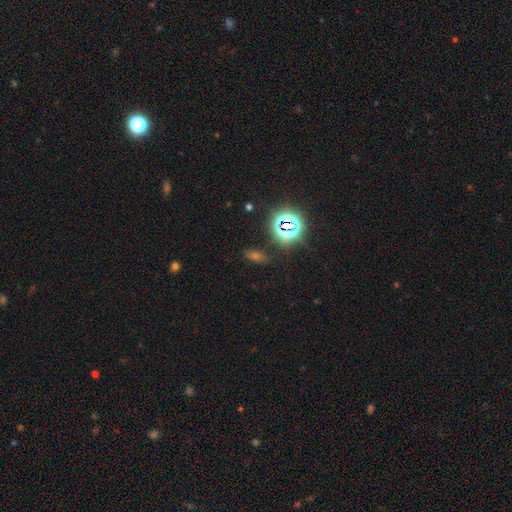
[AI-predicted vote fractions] Overall: star or artifact (55%; smooth 31%).